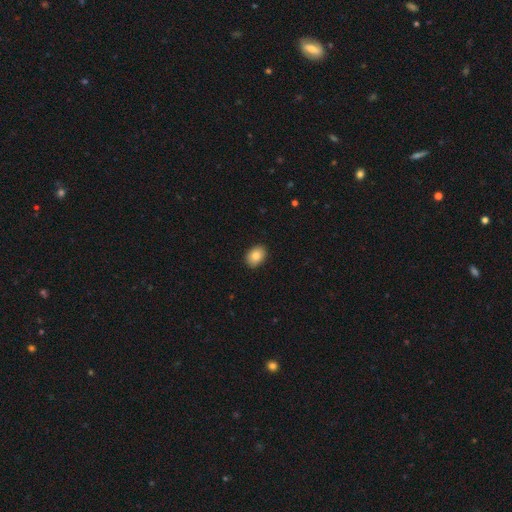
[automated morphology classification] Smooth or featured: smooth — 85% (star or artifact — 8%)
How rounded: in between — 77% (round — 22%)
Merging: none — 91% (minor disturbance — 7%)